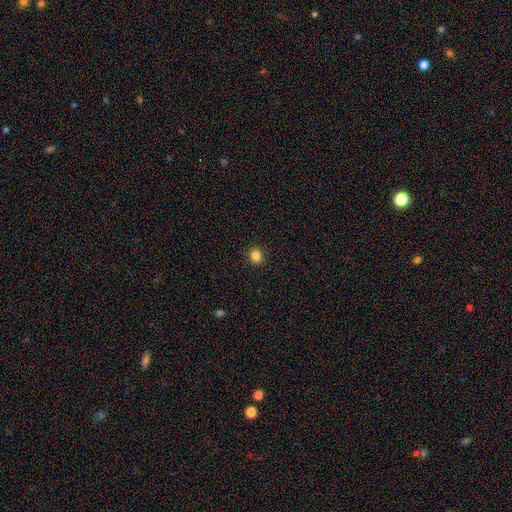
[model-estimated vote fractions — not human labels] smooth 84%, star or artifact 11%, featured or disk 4%. Down the decision tree: how rounded — round (79%); merging — none (92%).